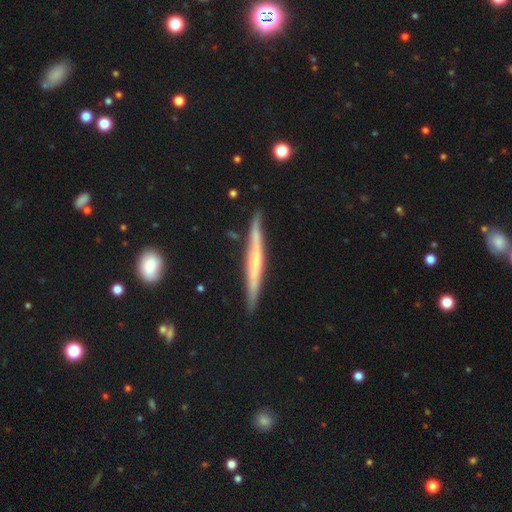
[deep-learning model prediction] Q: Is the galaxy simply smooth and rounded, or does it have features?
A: featured or disk — 65%.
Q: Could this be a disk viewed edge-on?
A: yes — 96%.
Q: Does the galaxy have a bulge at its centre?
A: none — 63%.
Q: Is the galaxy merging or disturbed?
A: none — 87%.